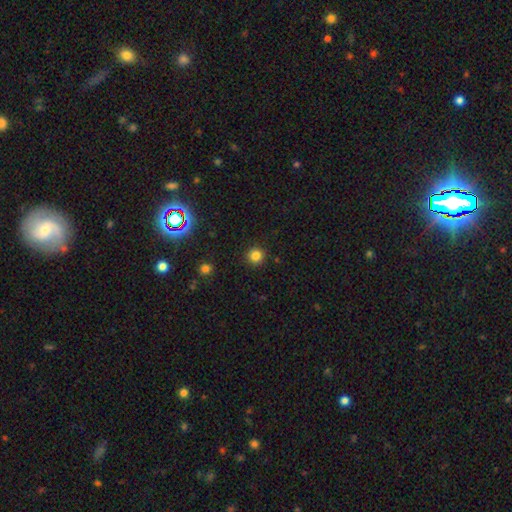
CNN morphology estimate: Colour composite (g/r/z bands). It shows a smooth galaxy with no disk features (82%) that is round (95%). Merging: none (92%).